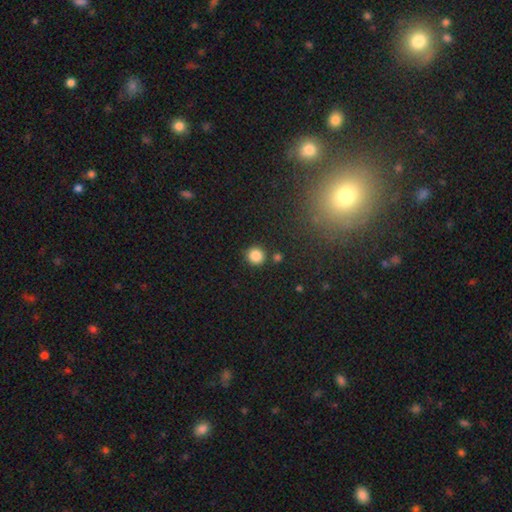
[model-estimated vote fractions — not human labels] Morphology: type=smooth (84%); roundness=round (92%); merging=none (86%).